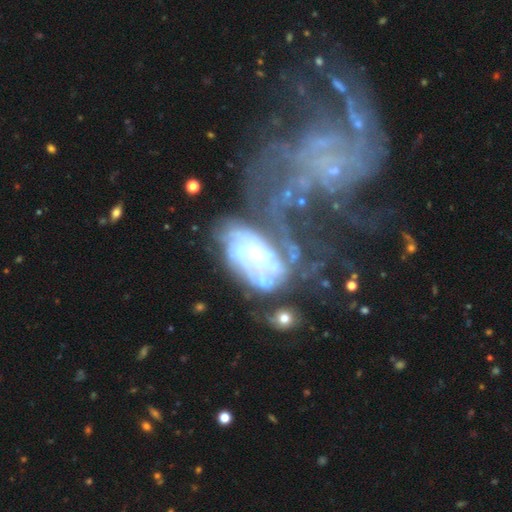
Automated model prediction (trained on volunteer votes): Q: Smooth or featured?
A: featured or disk (74%); runner-up: smooth (15%)
Q: Edge-on disk?
A: no (96%); runner-up: yes (4%)
Q: Bar?
A: no (66%); runner-up: weak (24%)
Q: Spiral arms?
A: yes (63%); runner-up: no (37%)
Q: Bulge size?
A: small (48%); runner-up: moderate (26%)
Q: Merging?
A: major disturbance (36%); runner-up: merger (33%)